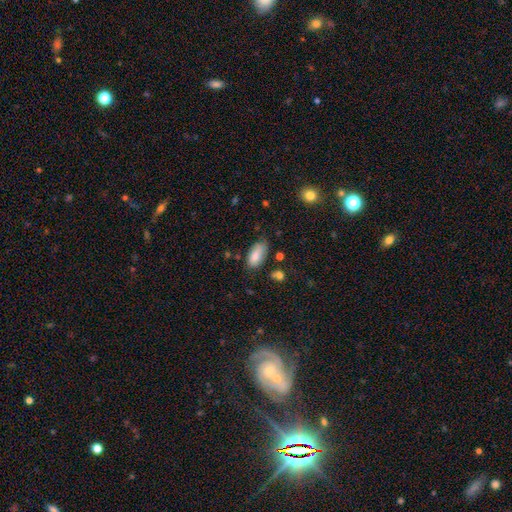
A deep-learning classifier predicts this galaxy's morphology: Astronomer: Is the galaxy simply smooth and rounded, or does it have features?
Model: smooth — 82%.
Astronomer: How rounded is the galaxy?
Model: in between — 91%.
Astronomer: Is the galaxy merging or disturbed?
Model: none — 62%.